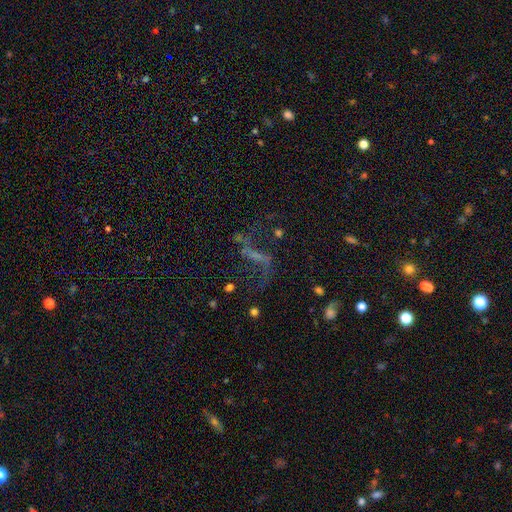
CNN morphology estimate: featured or disk 65%, star or artifact 22%, smooth 14%. Down the decision tree: edge-on disk — no (92%); bar — strong (41%); spiral arms — yes (75%); bulge size — none (59%); merging — none (57%).